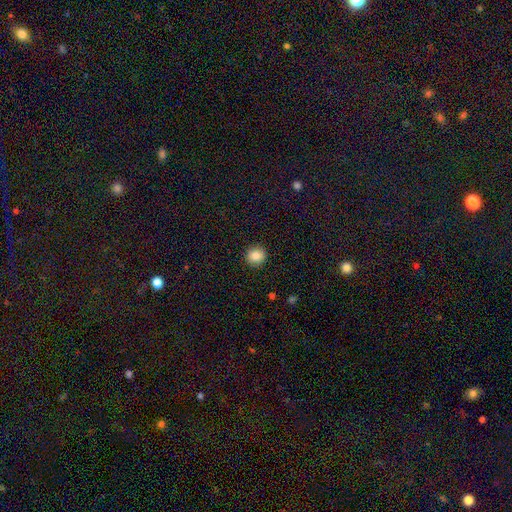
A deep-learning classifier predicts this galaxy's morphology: smooth 86%, star or artifact 9%, featured or disk 5%. Down the decision tree: how rounded — round (90%); merging — none (92%).